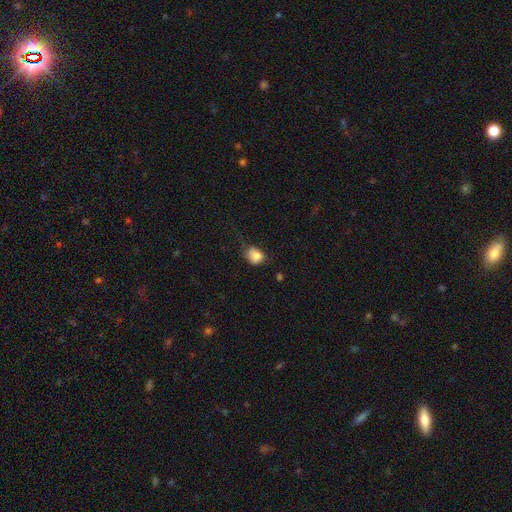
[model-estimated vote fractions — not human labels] This is clearly a smooth galaxy (81%). How rounded: possibly round (50%). Merging: marginally none (44%).